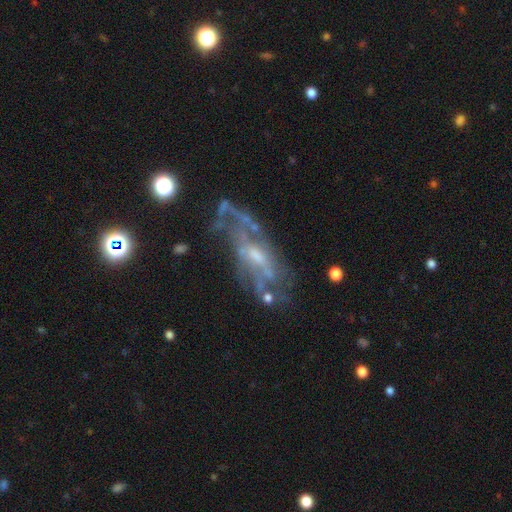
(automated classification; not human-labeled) Morphology: type=featured or disk (77%); edge-on=no (86%); bar=no (47%); spiral arms=yes (74%); bulge=small (54%); merging=none (55%).